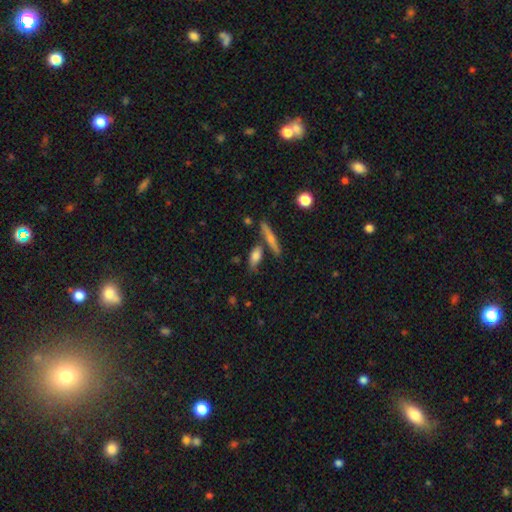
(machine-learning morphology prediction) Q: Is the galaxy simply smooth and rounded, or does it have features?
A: smooth — 68%.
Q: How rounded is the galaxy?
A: in between — 58%.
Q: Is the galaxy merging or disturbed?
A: none — 64%.